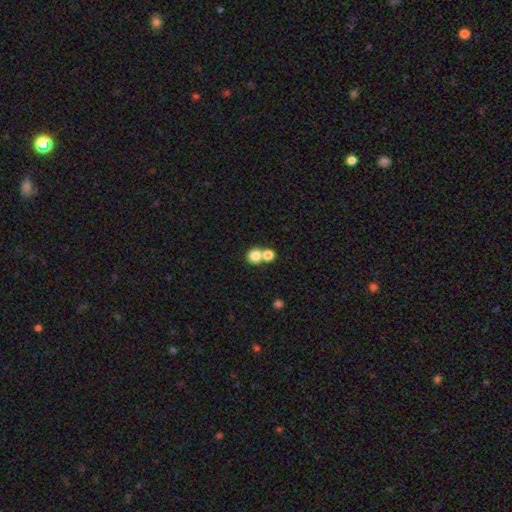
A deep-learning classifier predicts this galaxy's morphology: Smooth or featured? smooth (81%)
How rounded? round (86%)
Merging? none (47%)